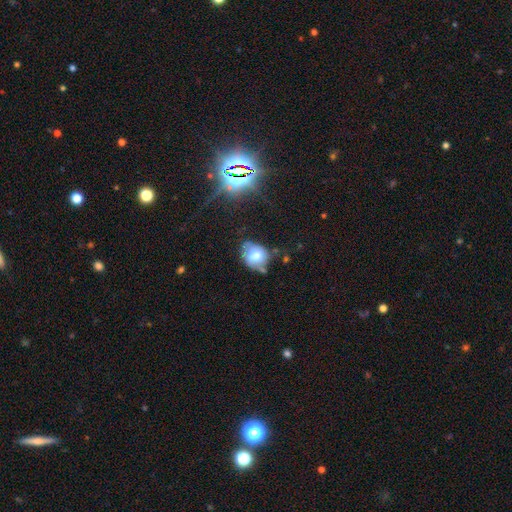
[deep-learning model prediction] A smooth galaxy with no disk features (60%) that is round (50%). Merging: none (45%).